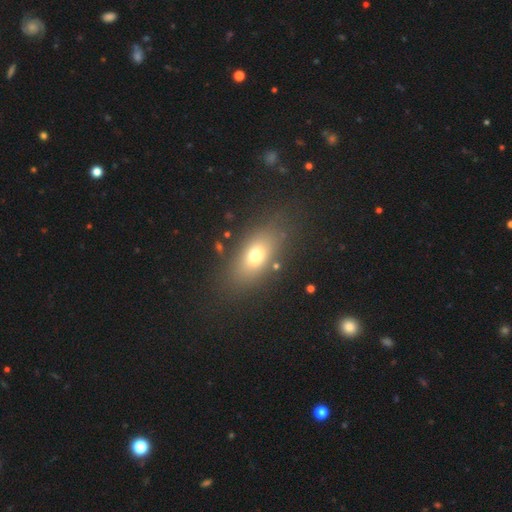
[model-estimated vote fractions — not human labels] This is likely a smooth galaxy (68%). How rounded: likely in between (77%). Merging: likely none (78%).